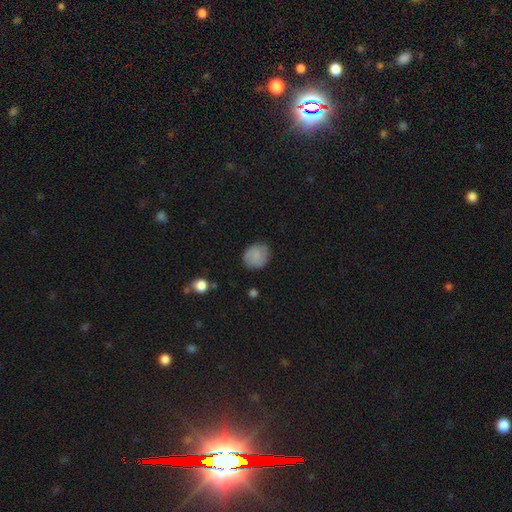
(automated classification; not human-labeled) A smooth galaxy with no disk features (79%) that is round (76%). Merging: none (77%).